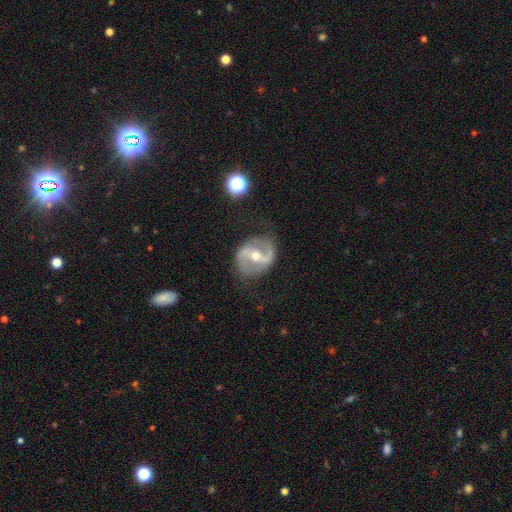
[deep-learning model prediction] featured or disk 84%, smooth 10%, star or artifact 6%. Down the decision tree: edge-on disk — no (96%); bar — strong (57%); spiral arms — yes (85%); spiral arm count — 2 (88%); spiral winding — medium (48%); bulge size — moderate (62%); merging — none (74%).